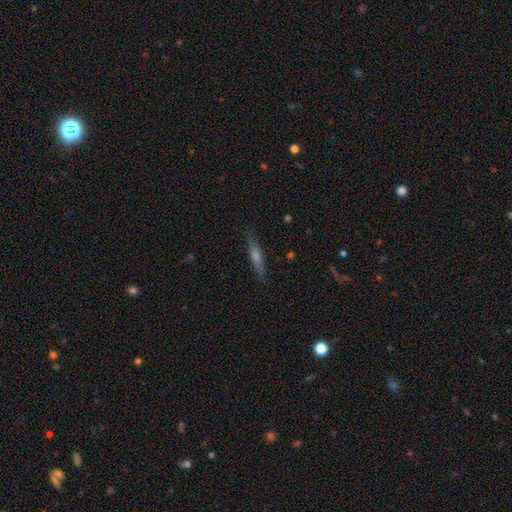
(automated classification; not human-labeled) Smooth or featured? featured or disk (65%)
Edge-on disk? yes (96%)
Edge-on bulge? rounded (81%)
Merging? none (89%)